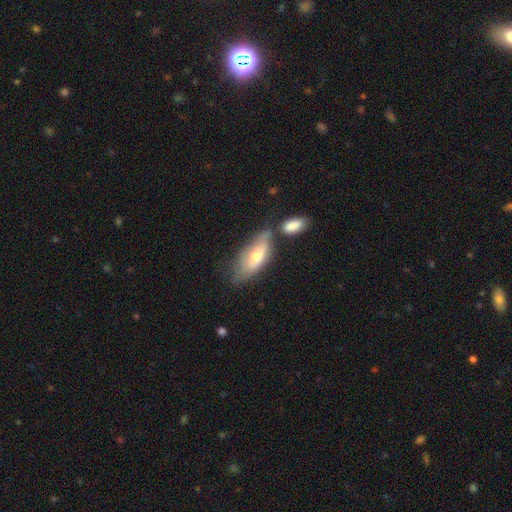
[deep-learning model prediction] Overall: smooth (53%; featured or disk 39%). How rounded: in between (77%). Merging: none (42%; merger 27%).